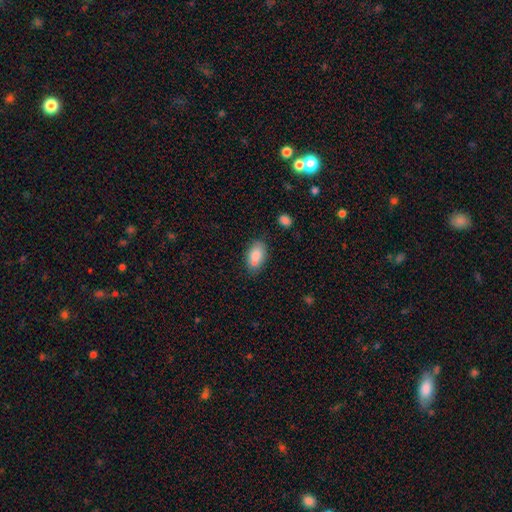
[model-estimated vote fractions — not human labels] Overall: smooth (84%). How rounded: in between (91%). Merging: none (69%).